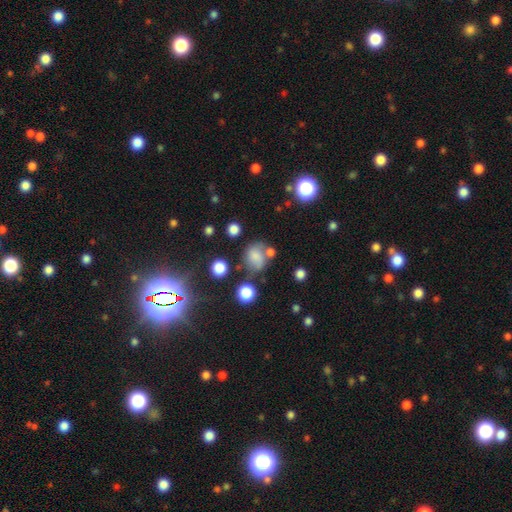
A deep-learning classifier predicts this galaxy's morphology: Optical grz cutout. It shows a smooth galaxy with no disk features (68%) that is round (61%). Merging: none (49%).